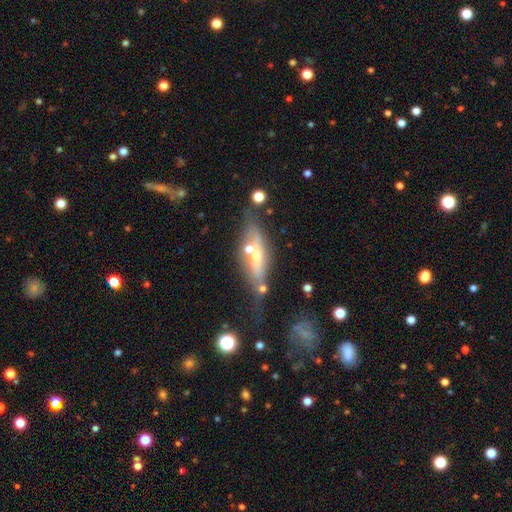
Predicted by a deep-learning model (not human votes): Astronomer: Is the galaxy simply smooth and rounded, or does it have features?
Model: featured or disk — 60%.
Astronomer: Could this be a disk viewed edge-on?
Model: yes — 62% (runner-up: no, 38%).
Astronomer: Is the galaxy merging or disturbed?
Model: none — 48%.